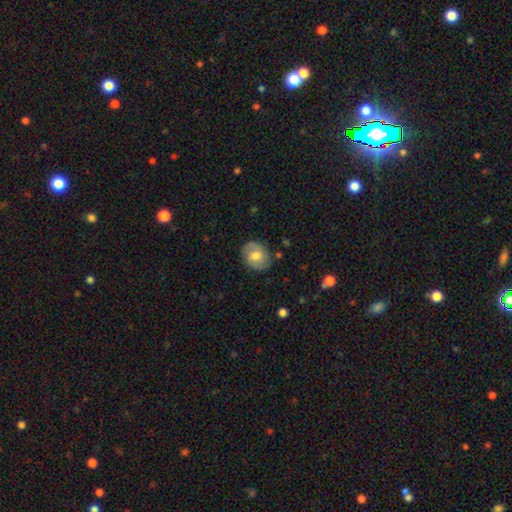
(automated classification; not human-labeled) This appears to be a smooth galaxy with no disk features (50%). Merging: none (81%).